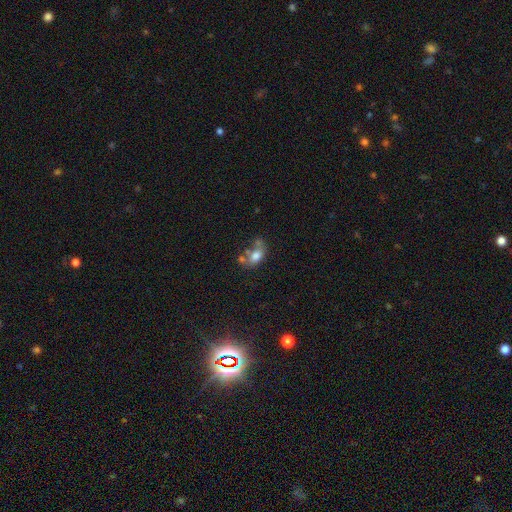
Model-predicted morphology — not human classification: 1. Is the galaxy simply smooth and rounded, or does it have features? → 69% smooth, 20% featured or disk, 11% star or artifact.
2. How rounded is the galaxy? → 76% in between, 21% round, 3% cigar-shaped.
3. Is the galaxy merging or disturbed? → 38% merger, 29% none, 18% minor disturbance, 15% major disturbance.